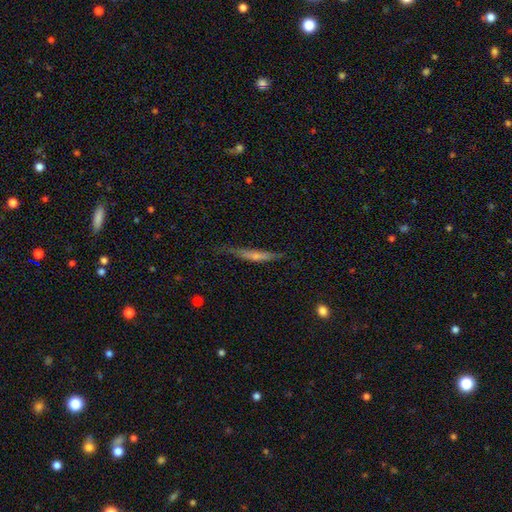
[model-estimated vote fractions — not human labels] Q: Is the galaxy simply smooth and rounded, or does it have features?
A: featured or disk — 51%.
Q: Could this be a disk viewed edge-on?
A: yes — 90%.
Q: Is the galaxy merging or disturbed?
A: none — 61%.